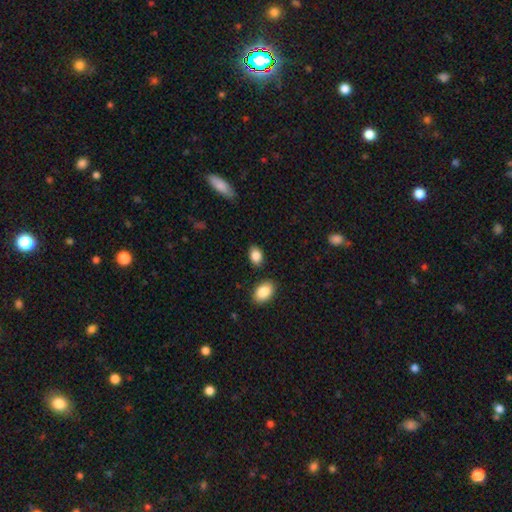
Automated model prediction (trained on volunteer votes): This appears to be a smooth galaxy with no disk features (88%) that is in between round and cigar-shaped (83%). Merging: none (84%).